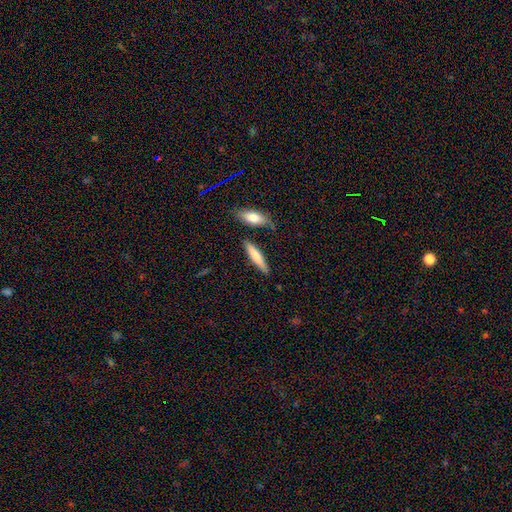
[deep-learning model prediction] Morphology: type=smooth (71%); roundness=cigar-shaped (84%); merging=none (79%).